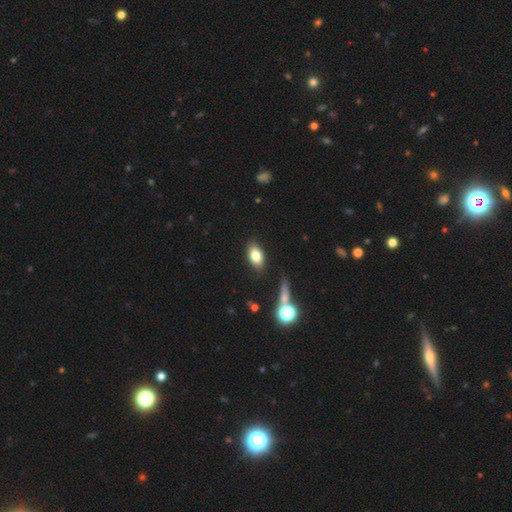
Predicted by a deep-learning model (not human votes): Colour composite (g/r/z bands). It shows a smooth galaxy with no disk features (79%) that is in between round and cigar-shaped (88%). Merging: none (84%).